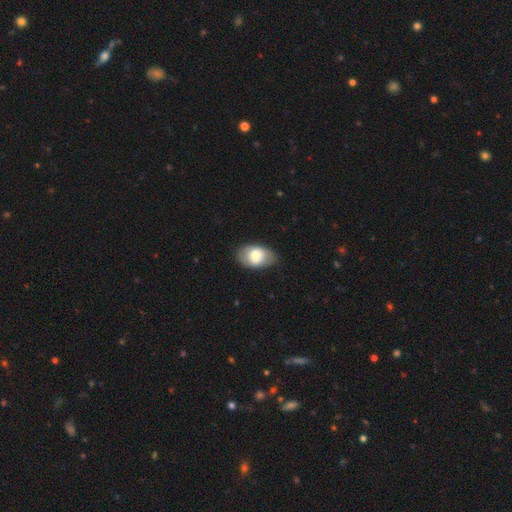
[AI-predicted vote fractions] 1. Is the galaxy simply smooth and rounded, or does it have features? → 74% smooth, 19% featured or disk, 7% star or artifact.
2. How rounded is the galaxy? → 90% in between, 8% round, 1% cigar-shaped.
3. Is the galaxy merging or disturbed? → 80% none, 15% minor disturbance, 4% major disturbance, 1% merger.